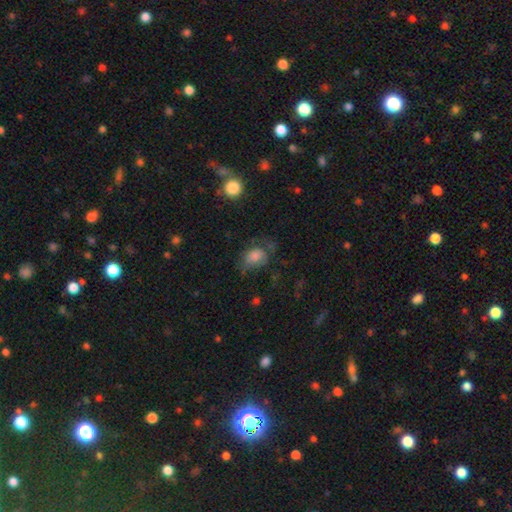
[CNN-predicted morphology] A smooth galaxy with no disk features (70%) that is in between round and cigar-shaped (67%).

Vote fractions:
- Smooth or featured? smooth: 70% / featured or disk: 18% / star or artifact: 11%
- How rounded? in between: 67% / round: 31% / cigar-shaped: 1%
- Merging? none: 42% / minor disturbance: 29% / major disturbance: 26% / merger: 3%